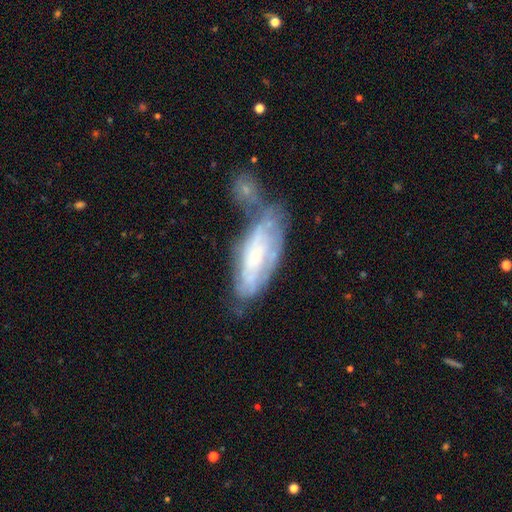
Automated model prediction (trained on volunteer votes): Overall: featured or disk (60%; smooth 33%). Edge-on disk: no (84%). Bar: no (70%). Spiral arms: yes (66%; no 34%). Bulge size: small (60%; moderate 25%). Merging: none (34%; merger 33%).